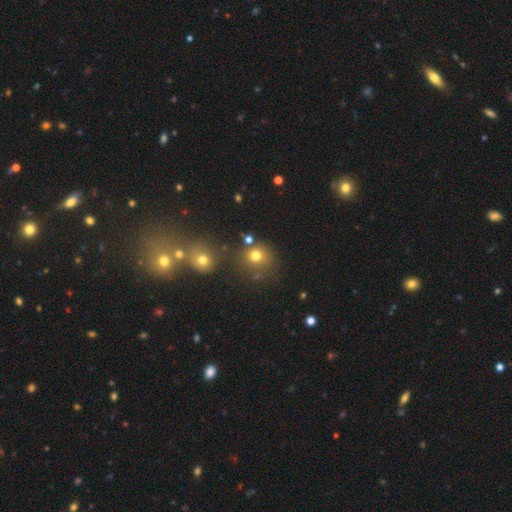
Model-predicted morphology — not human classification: This is likely a smooth galaxy (72%). How rounded: clearly round (86%). Merging: likely none (69%).